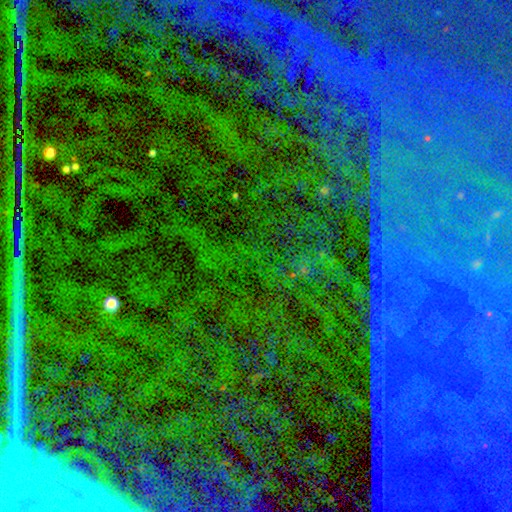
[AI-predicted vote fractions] smooth_or_featured: star or artifact (p=0.81) [alt: featured or disk p=0.11]